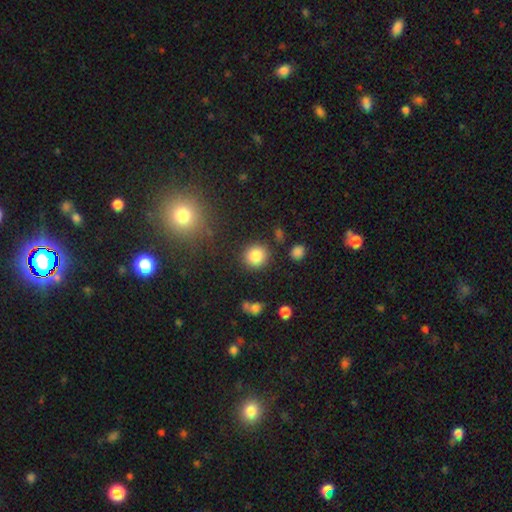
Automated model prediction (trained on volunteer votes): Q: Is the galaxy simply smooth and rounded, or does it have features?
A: smooth — 85%.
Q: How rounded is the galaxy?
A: round — 89%.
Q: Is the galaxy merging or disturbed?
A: none — 84%.